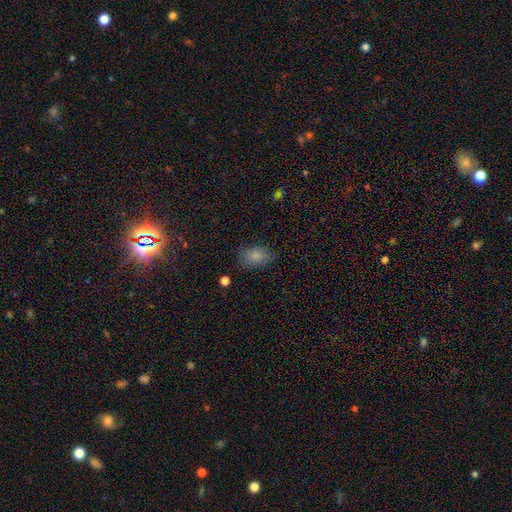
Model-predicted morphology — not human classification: Smooth or featured?
  - smooth: 83% *
  - star or artifact: 10%
  - featured or disk: 7%
How rounded?
  - in between: 83% *
  - round: 16%
  - cigar-shaped: 1%
Merging?
  - none: 73% *
  - minor disturbance: 20%
  - major disturbance: 6%
  - merger: 1%